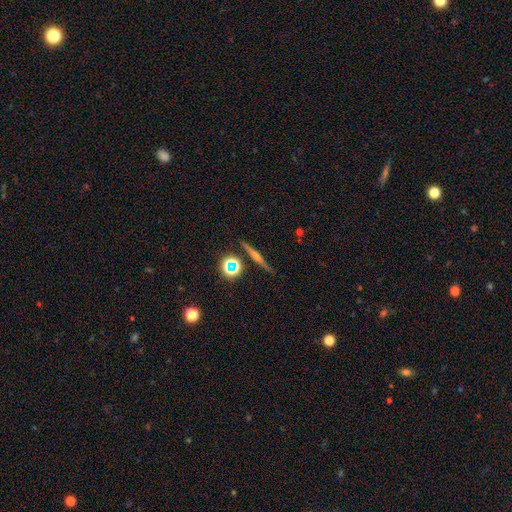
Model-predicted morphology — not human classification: featured or disk 63%, smooth 21%, star or artifact 16%. Down the decision tree: edge-on disk — yes (96%); edge-on bulge — rounded (78%); merging — none (87%).